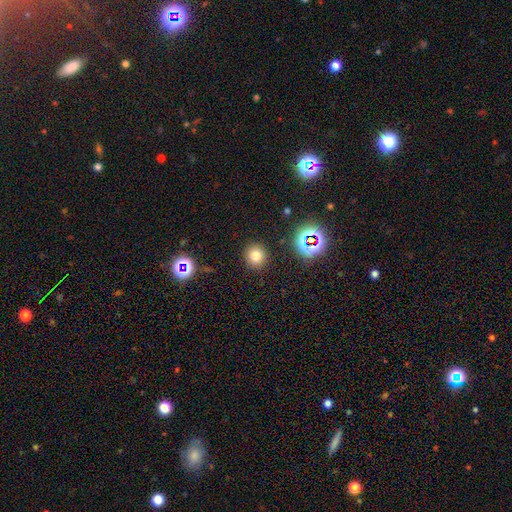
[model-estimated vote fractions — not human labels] Smooth or featured? Predicted: smooth (p=0.74). How rounded? Predicted: round (p=0.89). Merging? Predicted: none (p=0.89).